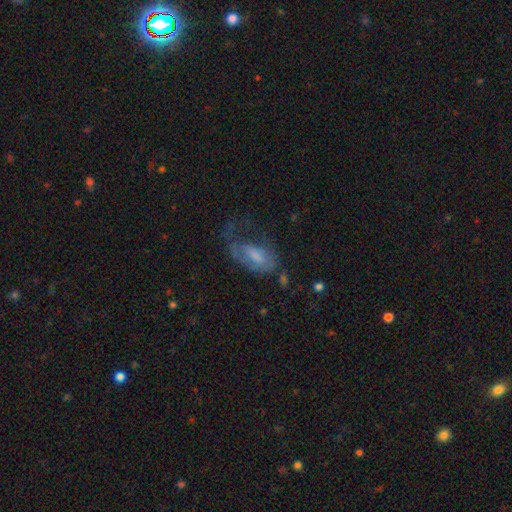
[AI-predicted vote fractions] smooth_or_featured: smooth (p=0.48) [alt: featured or disk p=0.42]
merging: major disturbance (p=0.47) [alt: none p=0.28]